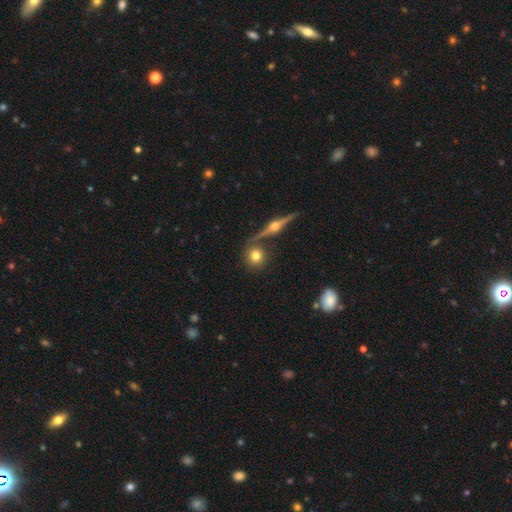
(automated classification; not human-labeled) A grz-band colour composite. It shows a smooth galaxy with no disk features (68%) that is round (90%). Merging: none (76%).